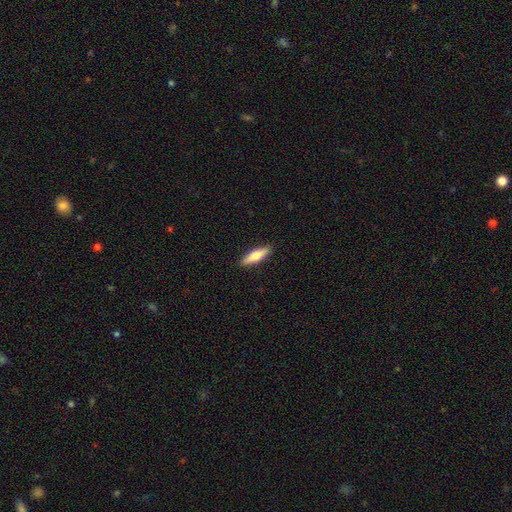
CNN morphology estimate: type=smooth (67%); roundness=cigar-shaped (62%); merging=none (90%).